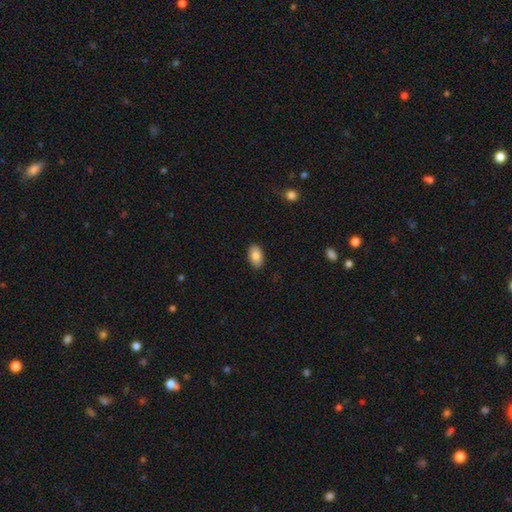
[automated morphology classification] type=smooth (85%); roundness=in between (93%); merging=none (89%).